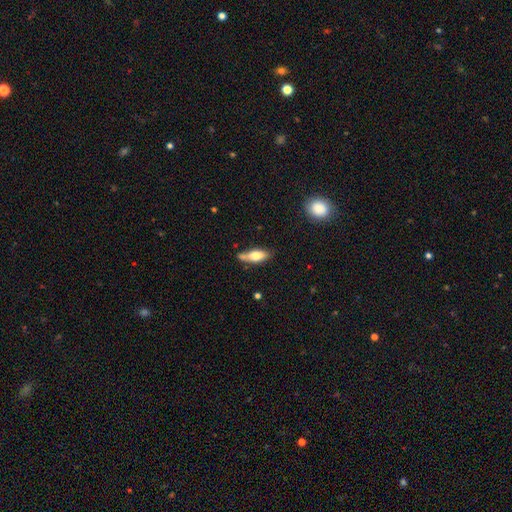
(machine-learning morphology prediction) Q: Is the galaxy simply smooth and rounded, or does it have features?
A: smooth — 67%.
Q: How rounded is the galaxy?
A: in between — 69%.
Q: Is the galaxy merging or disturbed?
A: none — 59%.